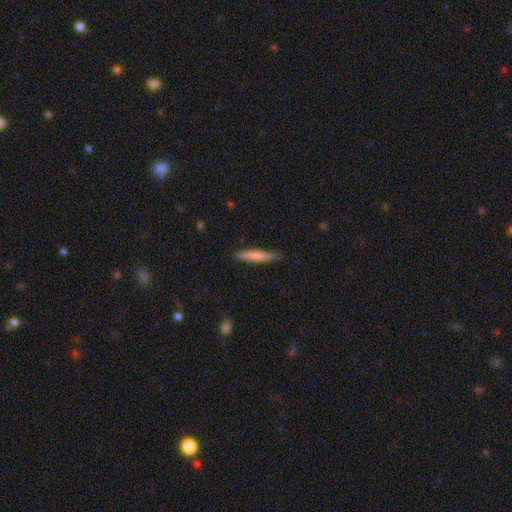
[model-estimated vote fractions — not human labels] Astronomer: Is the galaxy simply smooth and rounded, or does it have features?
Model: smooth — 75%.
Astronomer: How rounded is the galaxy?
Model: cigar-shaped — 92%.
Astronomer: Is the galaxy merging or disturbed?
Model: none — 89%.